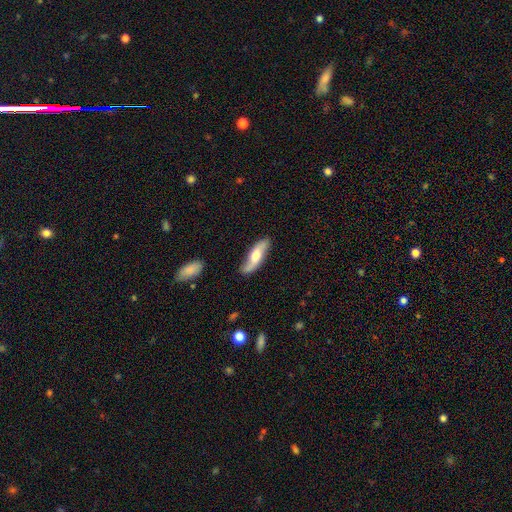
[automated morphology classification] A featured or disk galaxy (55%). Merging: none (77%).